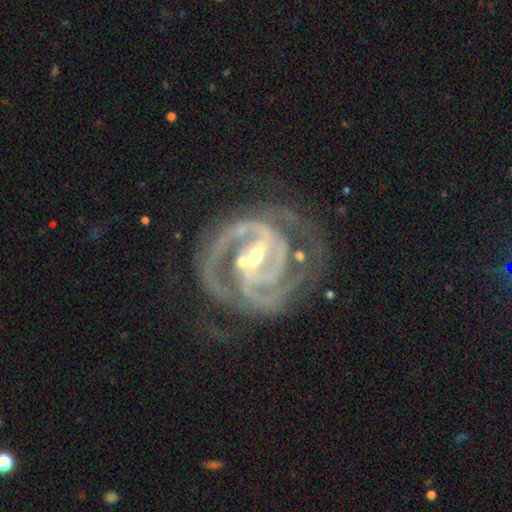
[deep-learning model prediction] Smooth or featured? featured or disk (92%)
Edge-on disk? no (97%)
Bar? strong (62%)
Spiral arms? yes (98%)
Spiral winding? tight (58%)
Spiral arm count? 2 (47%)
Bulge size? small (65%)
Merging? none (62%)